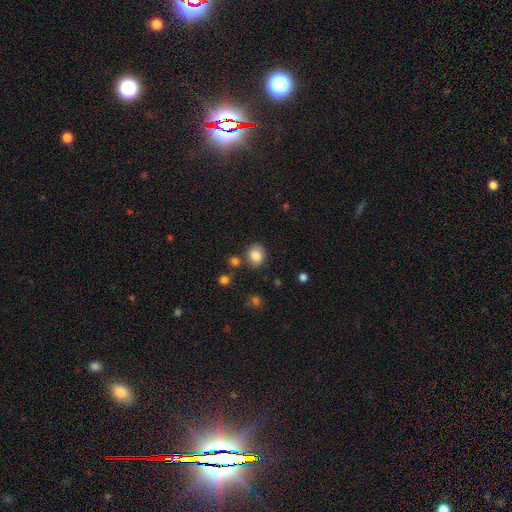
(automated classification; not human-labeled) A smooth galaxy with no disk features (83%) that is round (62%).

Vote fractions:
- Smooth or featured? smooth: 83% / star or artifact: 10% / featured or disk: 7%
- How rounded? round: 62% / in between: 38% / cigar-shaped: 1%
- Merging? none: 76% / minor disturbance: 14% / merger: 6% / major disturbance: 4%